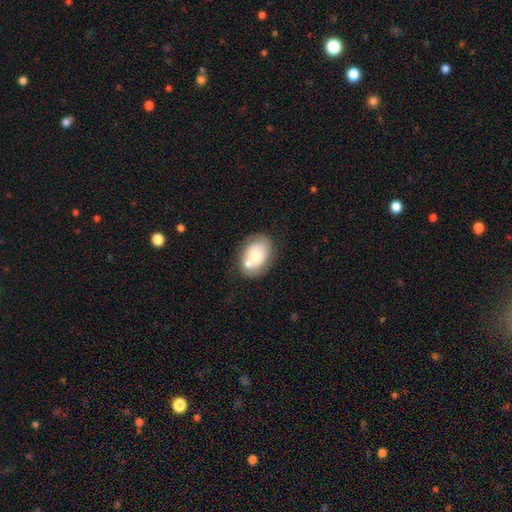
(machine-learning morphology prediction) A smooth galaxy with no disk features (59%) that is in between round and cigar-shaped (74%). Merging: none (47%).